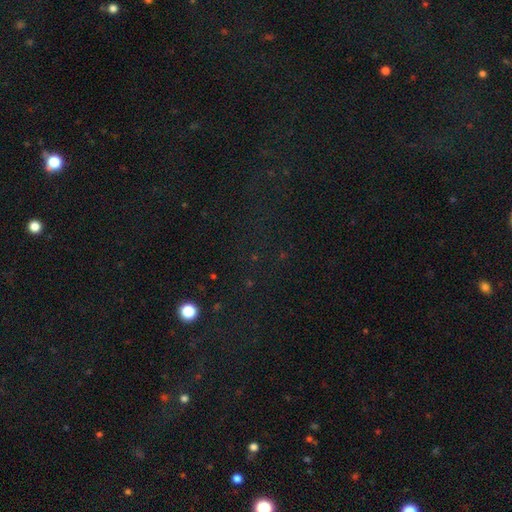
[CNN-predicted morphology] Smooth or featured? star or artifact (75%)